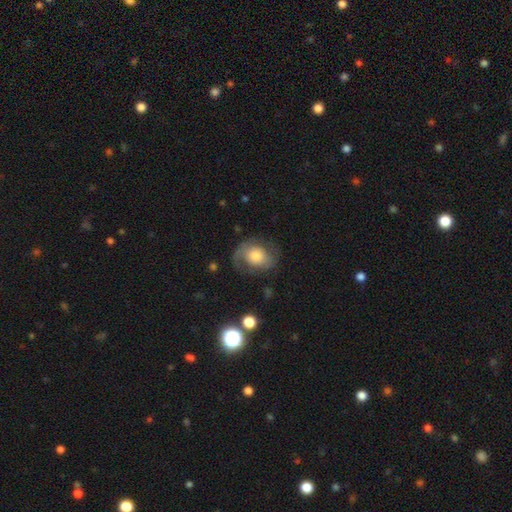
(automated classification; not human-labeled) Smooth or featured?
  - featured or disk: 57% *
  - smooth: 36%
  - star or artifact: 7%
Edge-on disk?
  - no: 97% *
  - yes: 3%
Bar?
  - no: 75% *
  - weak: 20%
  - strong: 4%
Spiral arms?
  - yes: 82% *
  - no: 18%
Bulge size?
  - moderate: 43% *
  - large: 33%
  - small: 15%
  - dominant: 6%
  - none: 3%
Merging?
  - none: 64% *
  - minor disturbance: 20%
  - major disturbance: 15%
  - merger: 2%